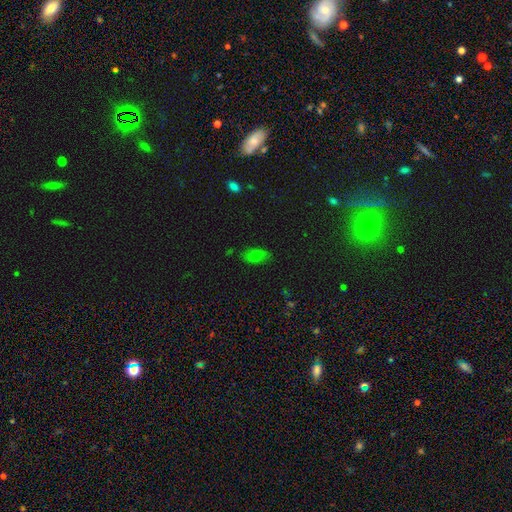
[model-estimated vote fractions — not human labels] Q: Smooth or featured?
A: smooth (64%); runner-up: featured or disk (20%)
Q: How rounded?
A: in between (87%); runner-up: round (8%)
Q: Merging?
A: none (78%); runner-up: minor disturbance (16%)